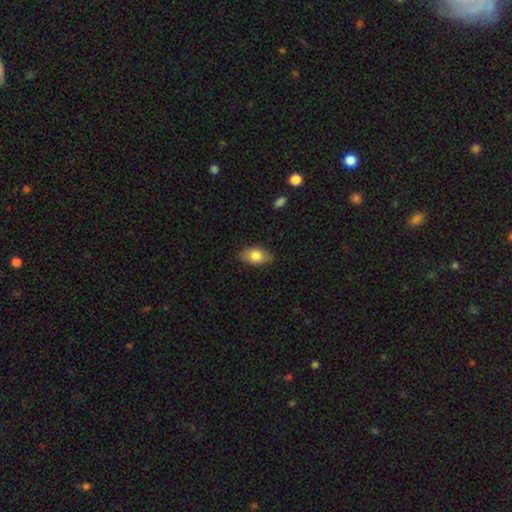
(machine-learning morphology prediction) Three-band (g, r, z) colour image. It shows a smooth galaxy with no disk features (79%) that is in between round and cigar-shaped (91%). Merging: none (83%).